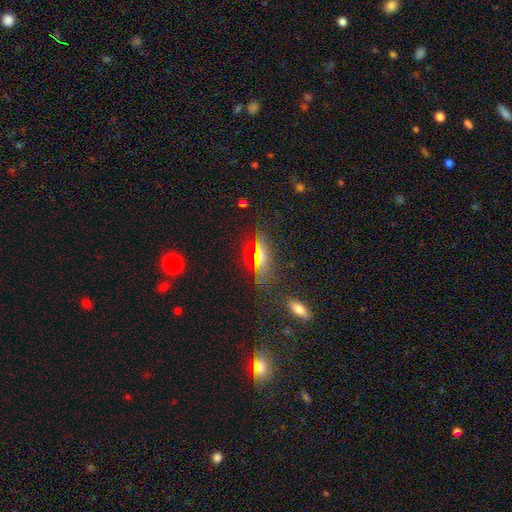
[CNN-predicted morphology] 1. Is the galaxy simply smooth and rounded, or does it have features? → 52% smooth, 31% star or artifact, 17% featured or disk.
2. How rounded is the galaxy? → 68% in between, 20% cigar-shaped, 12% round.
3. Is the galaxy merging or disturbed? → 78% none, 13% minor disturbance, 5% major disturbance, 4% merger.